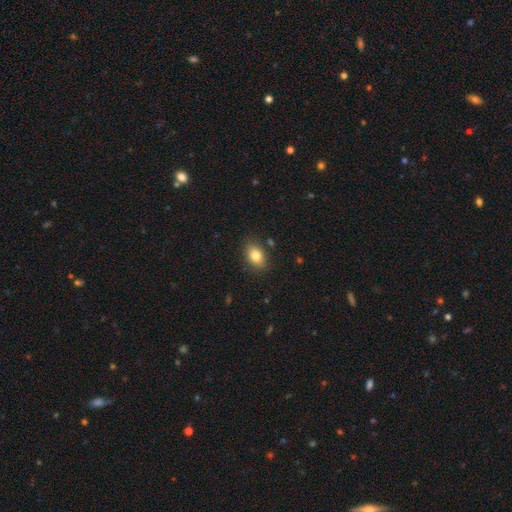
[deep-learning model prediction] The model was most divided on "how rounded": in between: 81%, round: 18%, cigar-shaped: 2%. More confident: merging — none (84%); smooth or featured — smooth (81%).